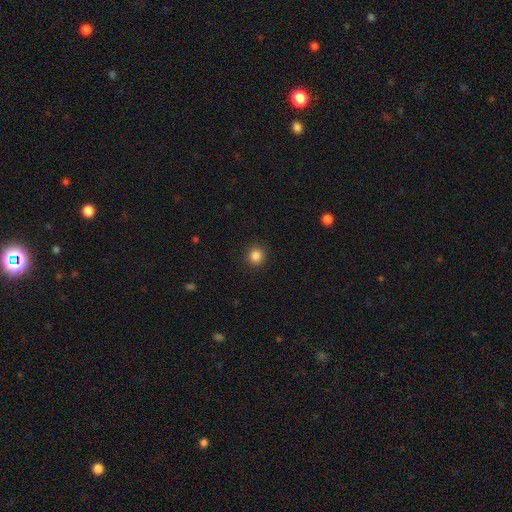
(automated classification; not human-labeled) Smooth or featured?
  - smooth: 86% *
  - star or artifact: 11%
  - featured or disk: 3%
How rounded?
  - round: 90% *
  - in between: 9%
  - cigar-shaped: 1%
Merging?
  - none: 90% *
  - minor disturbance: 6%
  - major disturbance: 2%
  - merger: 1%